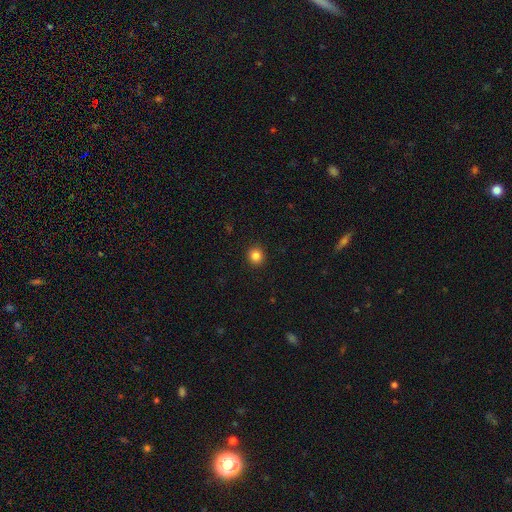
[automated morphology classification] type=smooth (84%); roundness=round (92%); merging=none (93%).